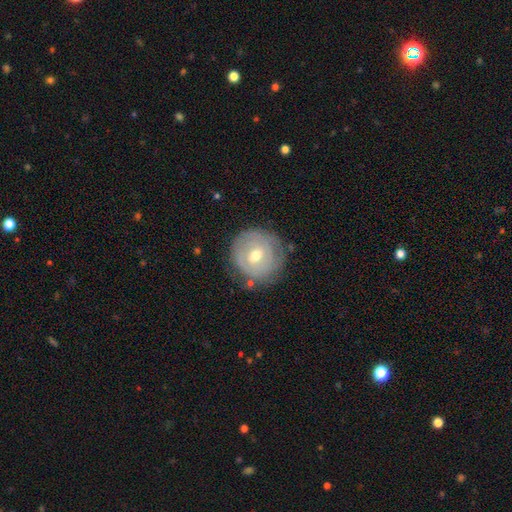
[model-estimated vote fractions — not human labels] The model was most divided on "bar": no: 50%, weak: 41%, strong: 10%. More confident: edge-on disk — no (96%); merging — none (77%); bulge size — moderate (71%); smooth or featured — featured or disk (58%); spiral arms — yes (58%).